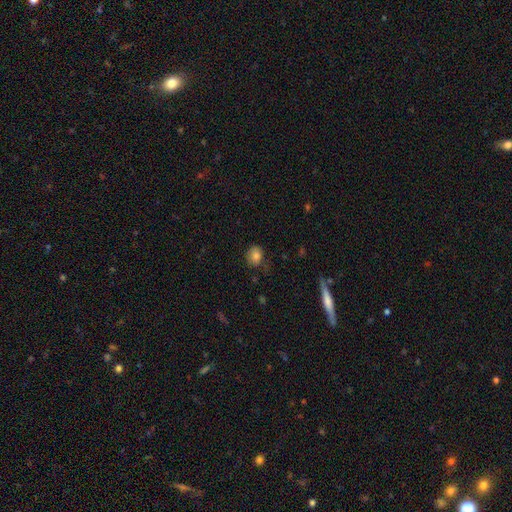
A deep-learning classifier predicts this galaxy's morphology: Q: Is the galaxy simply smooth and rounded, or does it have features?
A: smooth — 81%.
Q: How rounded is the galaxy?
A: round — 56%.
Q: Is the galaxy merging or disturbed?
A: none — 66%.